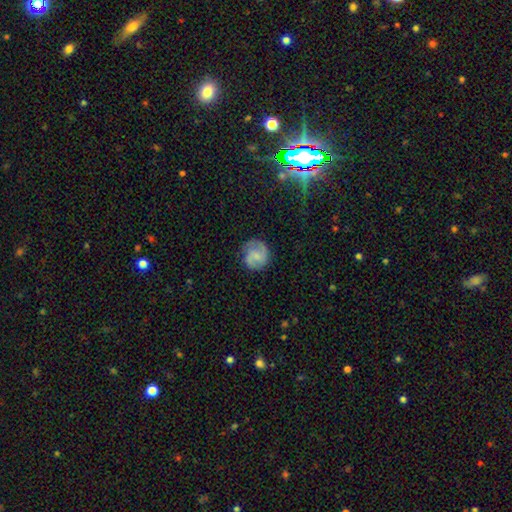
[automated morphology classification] A featured or disk galaxy (60%) with no bar (50%), 2 (78%) medium (48%) spiral arms (92%) and a small central bulge (43%). Merging: none (76%).